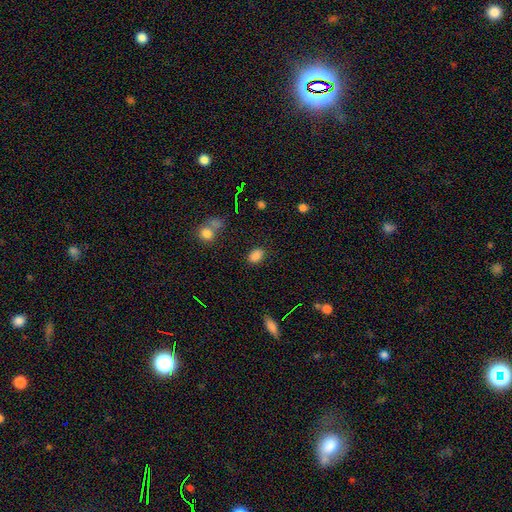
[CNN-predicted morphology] smooth-or-featured: smooth: 84% | star or artifact: 11% | featured or disk: 5%
  how-rounded: in between: 79% | round: 19% | cigar-shaped: 1%
  merging: none: 83% | minor disturbance: 11% | major disturbance: 3% | merger: 3%